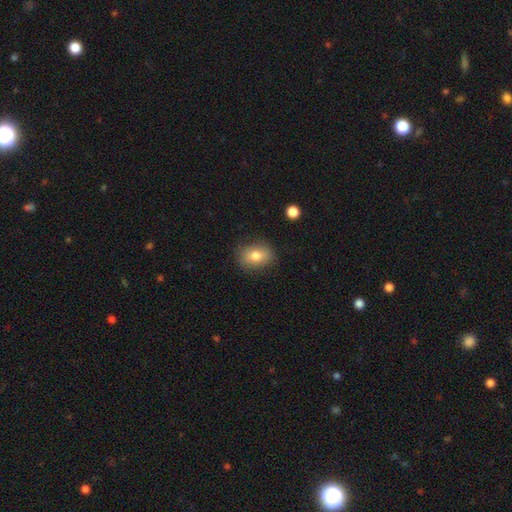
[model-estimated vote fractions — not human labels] A smooth galaxy with no disk features (79%) that is in between round and cigar-shaped (61%). Merging: none (82%).